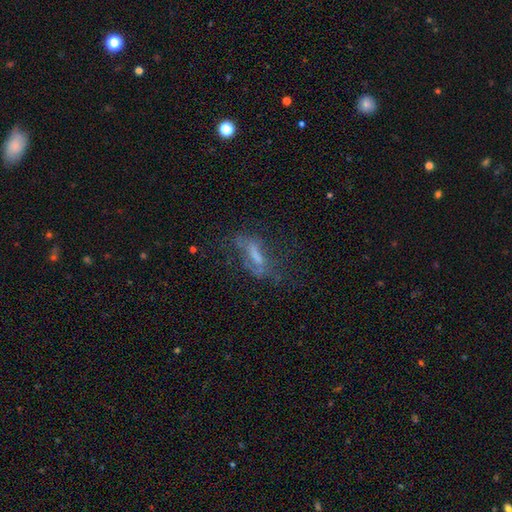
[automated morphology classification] Smooth or featured: featured or disk — 50% (smooth — 34%)
Edge-on disk: no — 82% (yes — 18%)
Merging: none — 42% (major disturbance — 33%)